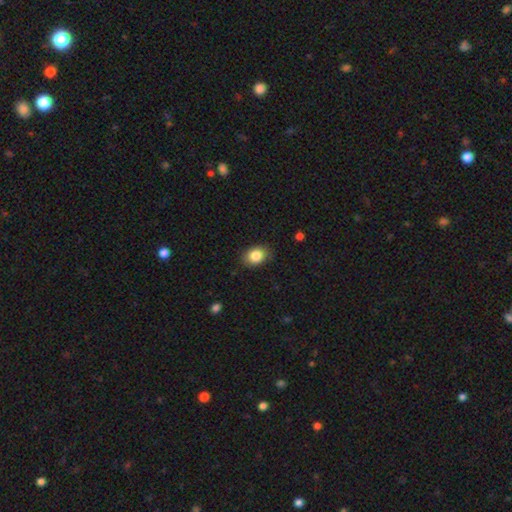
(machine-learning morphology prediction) This appears to be a smooth galaxy with no disk features (86%) that is in between round and cigar-shaped (66%). Merging: none (83%).